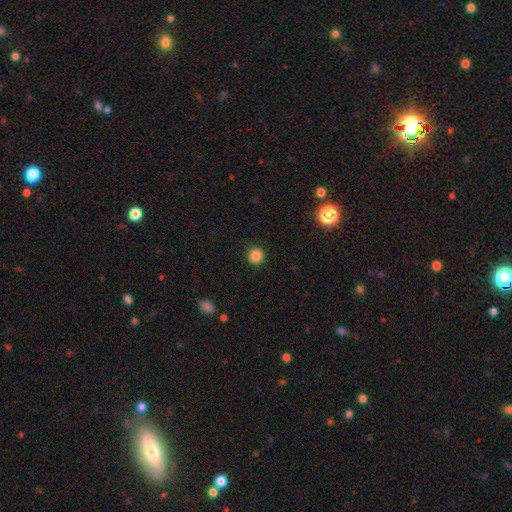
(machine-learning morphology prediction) Smooth or featured: smooth — 86% (star or artifact — 11%)
How rounded: round — 95% (in between — 4%)
Merging: none — 92% (minor disturbance — 5%)